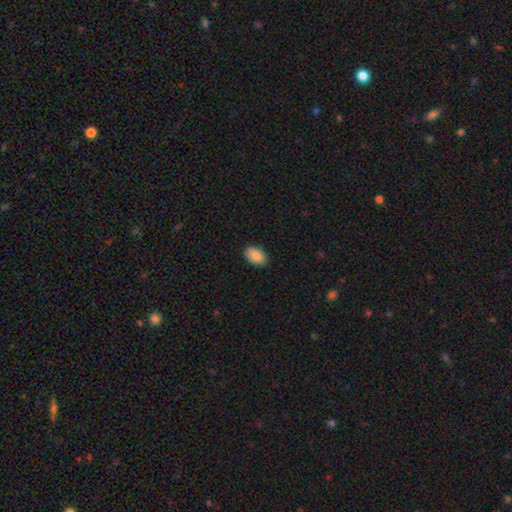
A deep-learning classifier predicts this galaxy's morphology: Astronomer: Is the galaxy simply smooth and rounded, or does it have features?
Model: smooth — 88%.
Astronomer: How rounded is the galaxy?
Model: in between — 92%.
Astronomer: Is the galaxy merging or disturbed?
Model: none — 84%.